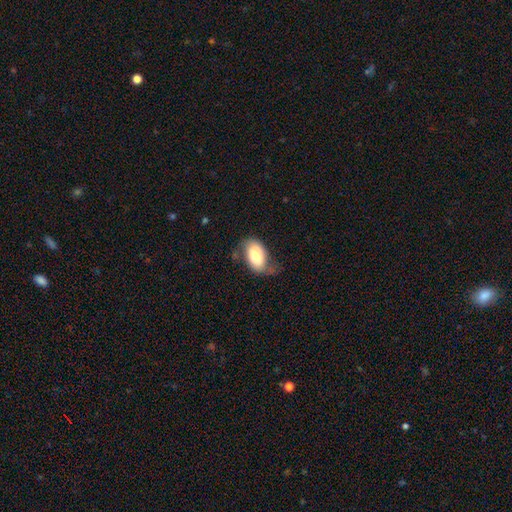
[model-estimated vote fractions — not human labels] smooth_or_featured: smooth (p=0.67) [alt: featured or disk p=0.26]
how_rounded: in between (p=0.92) [alt: round p=0.07]
merging: none (p=0.41) [alt: minor disturbance p=0.35]